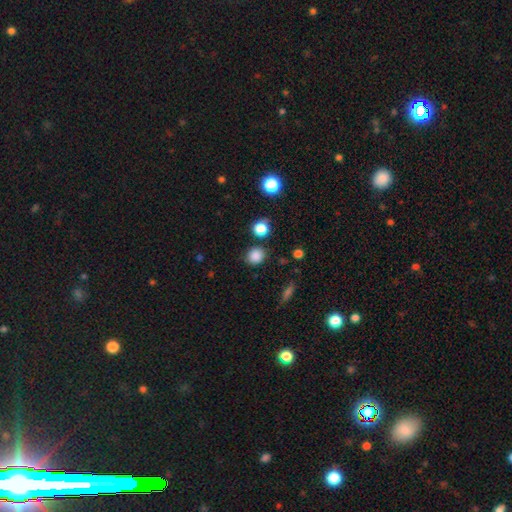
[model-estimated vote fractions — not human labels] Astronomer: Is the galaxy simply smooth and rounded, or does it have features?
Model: smooth — 84%.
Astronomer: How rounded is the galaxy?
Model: round — 80%.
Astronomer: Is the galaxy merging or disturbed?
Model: none — 83%.